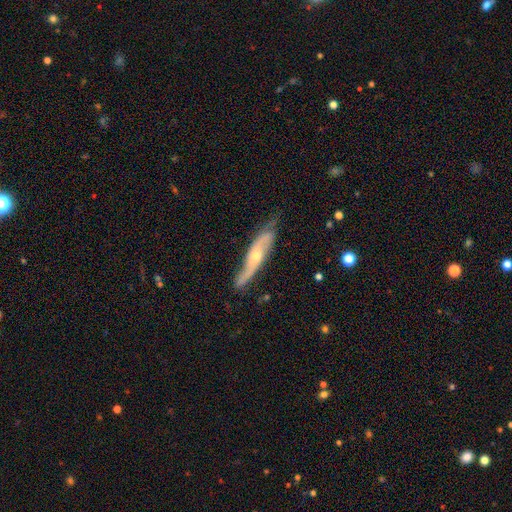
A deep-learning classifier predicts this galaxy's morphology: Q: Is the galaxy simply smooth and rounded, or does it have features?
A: featured or disk — 73%.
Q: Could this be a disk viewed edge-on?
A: no — 56%.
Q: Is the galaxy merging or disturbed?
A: none — 65%.